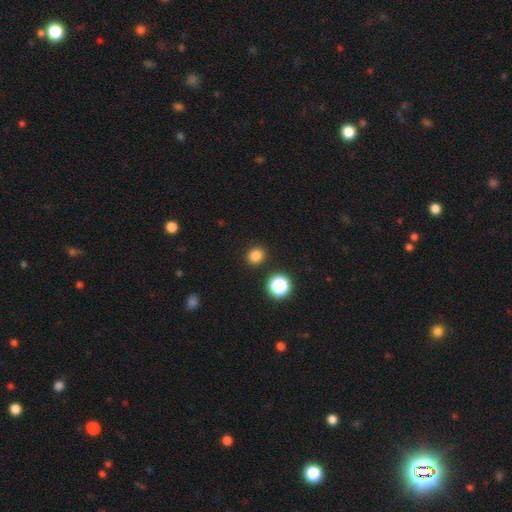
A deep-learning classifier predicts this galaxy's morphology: A smooth galaxy with no disk features (81%) that is round (83%). Merging: none (90%).